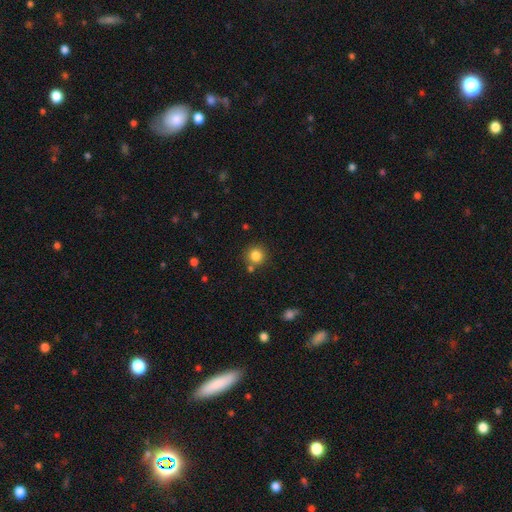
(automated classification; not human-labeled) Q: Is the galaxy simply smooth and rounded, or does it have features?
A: smooth — 84%.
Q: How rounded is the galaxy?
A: round — 92%.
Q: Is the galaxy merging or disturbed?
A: none — 79%.